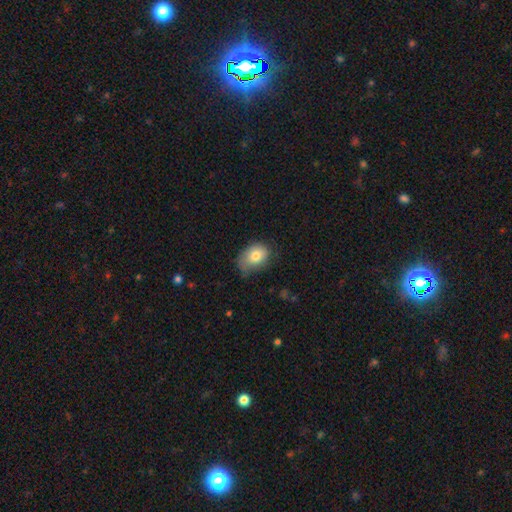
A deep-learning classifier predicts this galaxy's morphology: A smooth galaxy with no disk features (78%) that is in between round and cigar-shaped (73%).

Vote fractions:
- Smooth or featured? smooth: 78% / featured or disk: 13% / star or artifact: 9%
- How rounded? in between: 73% / round: 26% / cigar-shaped: 1%
- Merging? none: 50% / minor disturbance: 38% / major disturbance: 10% / merger: 2%